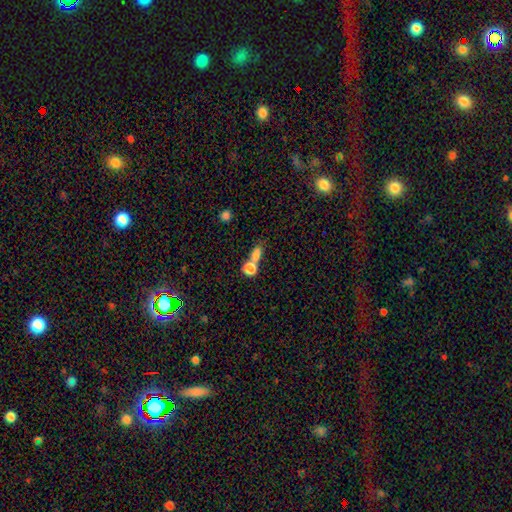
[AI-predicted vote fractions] Overall: smooth (70%). How rounded: in between (55%; round 36%). Merging: merger (50%; none 36%).